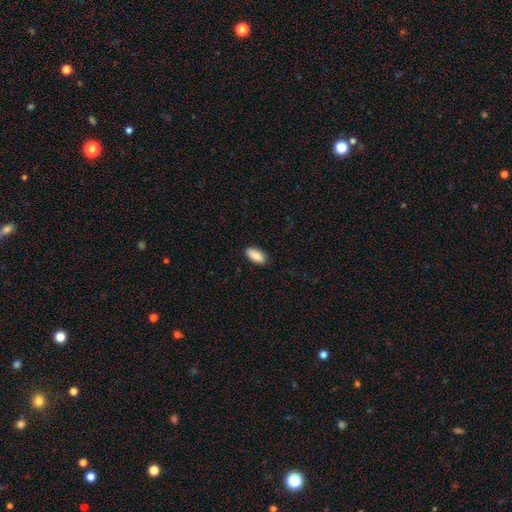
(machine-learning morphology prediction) type=smooth (89%); roundness=in between (87%); merging=none (88%).